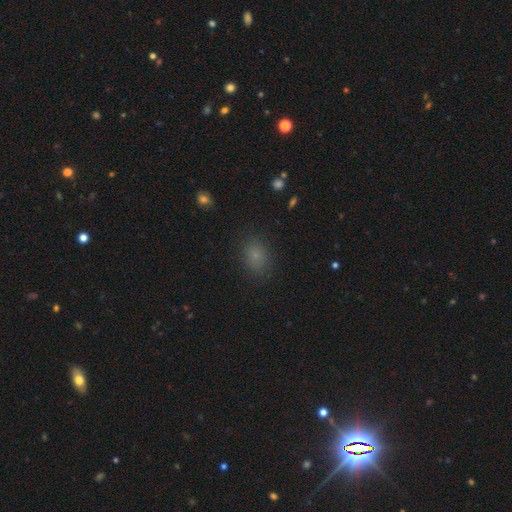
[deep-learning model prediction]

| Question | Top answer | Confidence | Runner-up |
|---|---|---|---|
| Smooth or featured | smooth | 77% | star or artifact (16%) |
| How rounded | in between | 60% | round (38%) |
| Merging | none | 83% | minor disturbance (11%) |